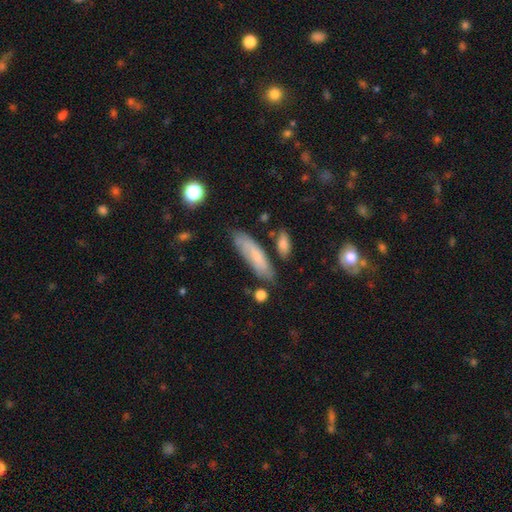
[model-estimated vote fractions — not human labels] smooth-or-featured: smooth: 63% | featured or disk: 30% | star or artifact: 7%
  how-rounded: cigar-shaped: 57% | in between: 41% | round: 2%
  merging: none: 71% | minor disturbance: 19% | merger: 6% | major disturbance: 5%